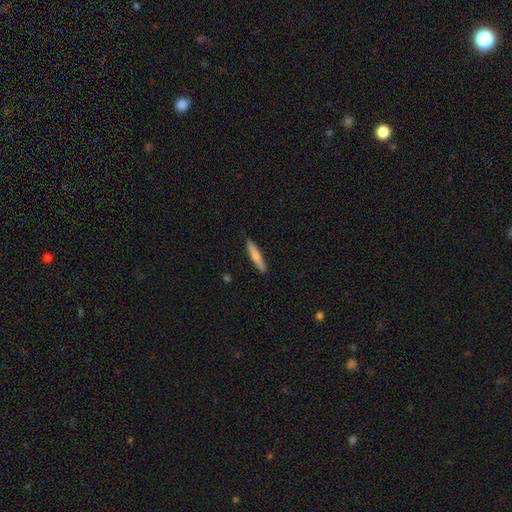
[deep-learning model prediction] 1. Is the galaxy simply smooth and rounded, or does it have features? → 74% smooth, 20% featured or disk, 5% star or artifact.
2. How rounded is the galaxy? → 91% cigar-shaped, 8% in between, 1% round.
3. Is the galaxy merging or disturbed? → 88% none, 9% minor disturbance, 2% major disturbance, 1% merger.